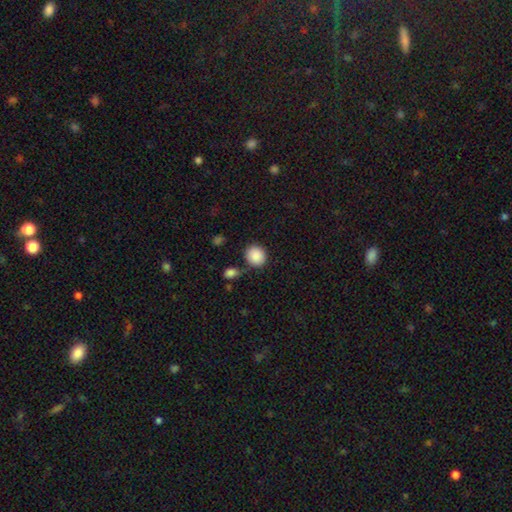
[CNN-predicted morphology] smooth_or_featured: smooth (p=0.89) [alt: star or artifact p=0.08]
how_rounded: round (p=0.79) [alt: in between p=0.20]
merging: none (p=0.75) [alt: minor disturbance p=0.13]